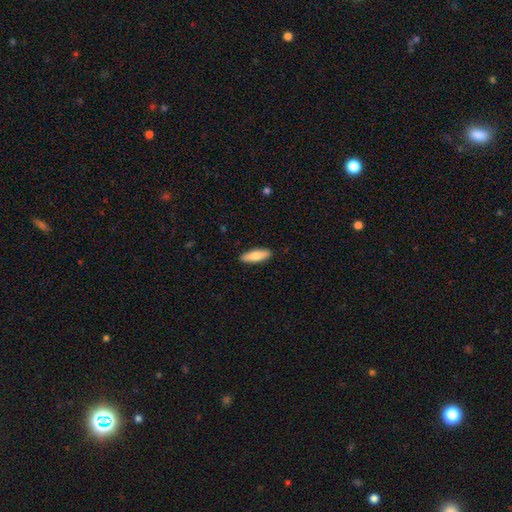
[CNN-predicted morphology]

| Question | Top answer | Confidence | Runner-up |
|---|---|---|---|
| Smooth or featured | smooth | 76% | featured or disk (18%) |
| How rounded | in between | 54% | cigar-shaped (44%) |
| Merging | none | 91% | minor disturbance (7%) |